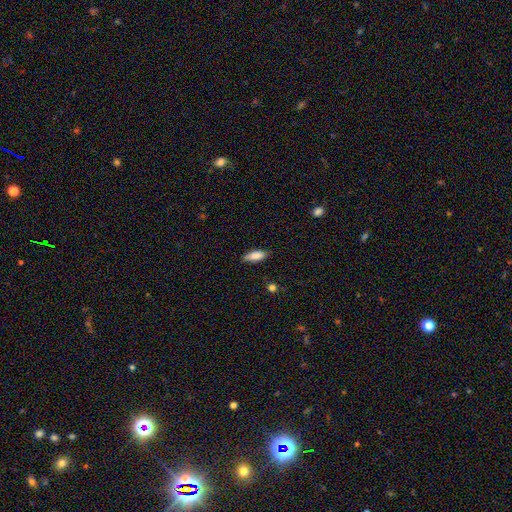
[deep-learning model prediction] Smooth or featured?
  - smooth: 85% *
  - featured or disk: 9%
  - star or artifact: 7%
How rounded?
  - in between: 70% *
  - cigar-shaped: 28%
  - round: 2%
Merging?
  - none: 83% *
  - minor disturbance: 14%
  - major disturbance: 2%
  - merger: 1%